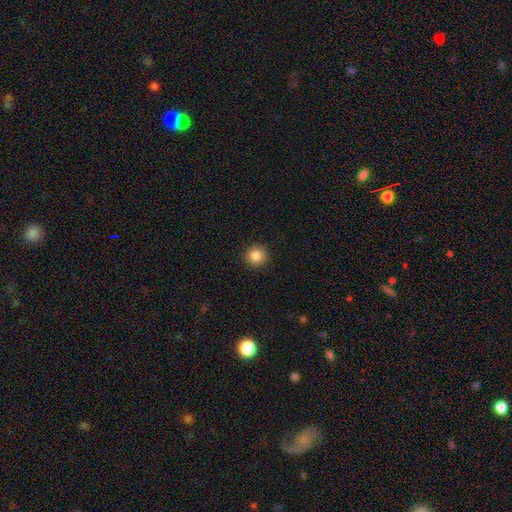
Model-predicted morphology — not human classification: type=smooth (86%); roundness=round (95%); merging=none (92%).